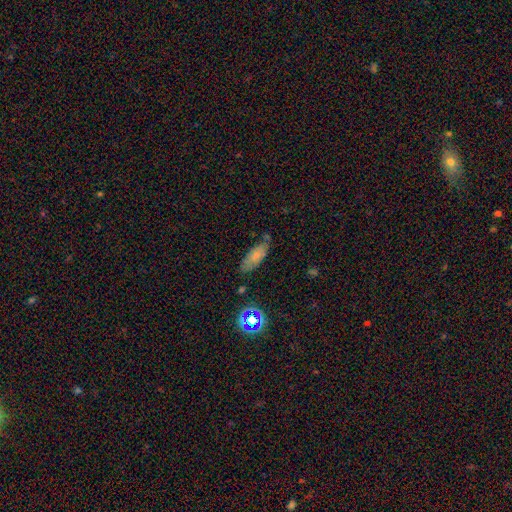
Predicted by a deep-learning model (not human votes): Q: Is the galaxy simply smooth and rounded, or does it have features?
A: smooth — 69%.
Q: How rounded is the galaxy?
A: in between — 69%.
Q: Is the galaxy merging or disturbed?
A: none — 65%.